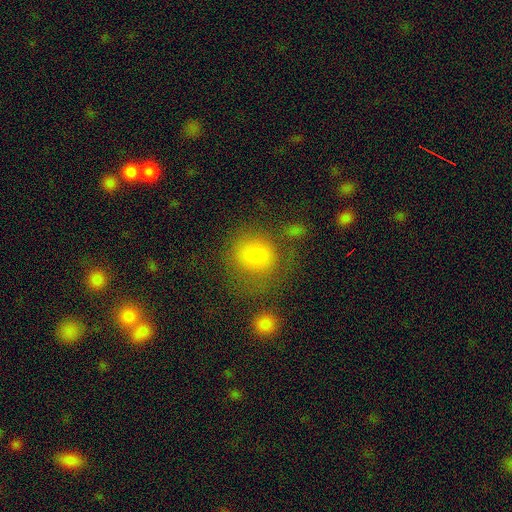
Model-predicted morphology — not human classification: This appears to be a smooth galaxy with no disk features (75%) that is round (83%). Merging: none (61%).